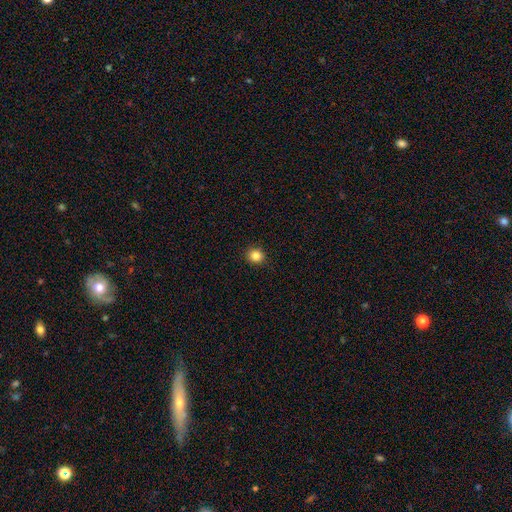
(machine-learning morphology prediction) smooth-or-featured: smooth: 85% | star or artifact: 11% | featured or disk: 4%
  how-rounded: round: 88% | in between: 11% | cigar-shaped: 1%
  merging: none: 91% | minor disturbance: 6% | major disturbance: 2% | merger: 1%